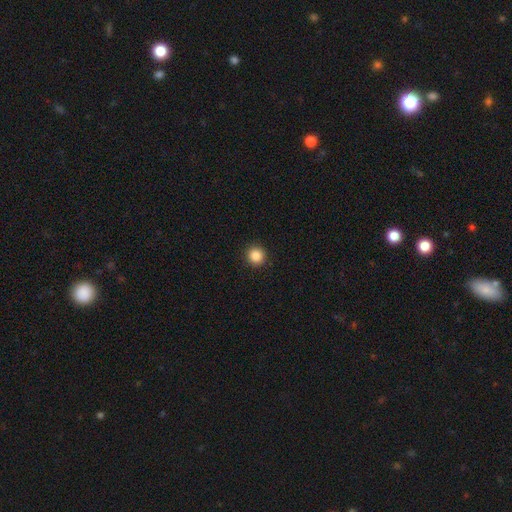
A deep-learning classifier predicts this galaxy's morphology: smooth-or-featured: smooth: 86% | star or artifact: 10% | featured or disk: 3%
  how-rounded: round: 95% | in between: 4% | cigar-shaped: 1%
  merging: none: 93% | minor disturbance: 5% | major disturbance: 2% | merger: 1%